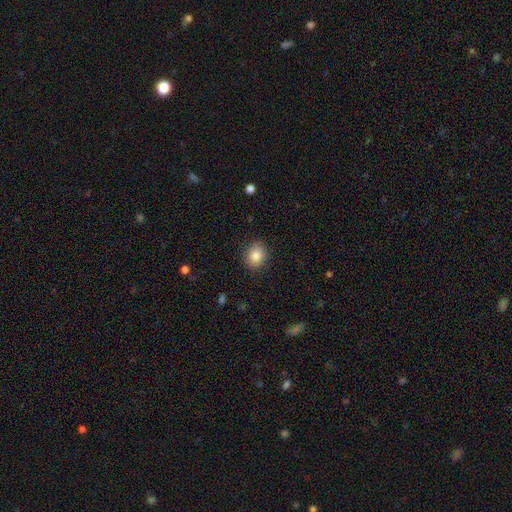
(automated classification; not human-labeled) Overall: smooth (85%). How rounded: round (59%; in between 40%). Merging: none (87%).